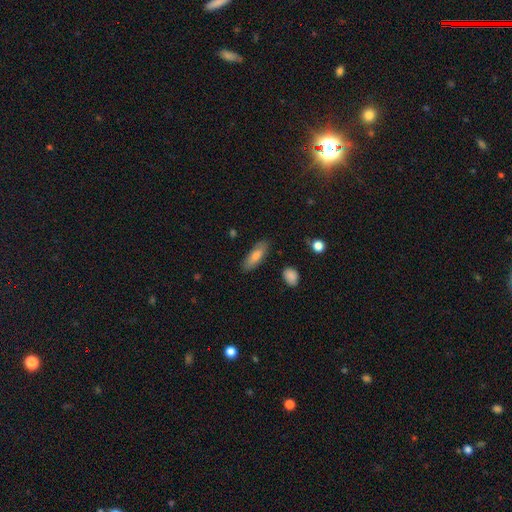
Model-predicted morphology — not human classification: This is likely a smooth galaxy (76%). How rounded: likely in between (61%). Merging: clearly none (85%).